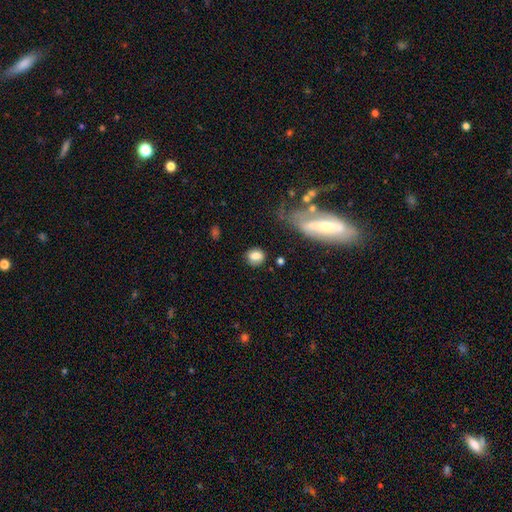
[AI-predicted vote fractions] Morphology: type=smooth (80%); roundness=round (68%); merging=none (79%).